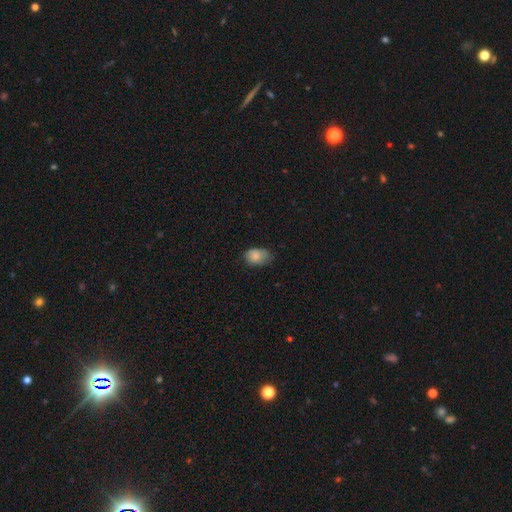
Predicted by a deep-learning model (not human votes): The model was most divided on "merging": none: 57%, minor disturbance: 34%, major disturbance: 8%, merger: 1%. More confident: how rounded — in between (84%); smooth or featured — smooth (83%).